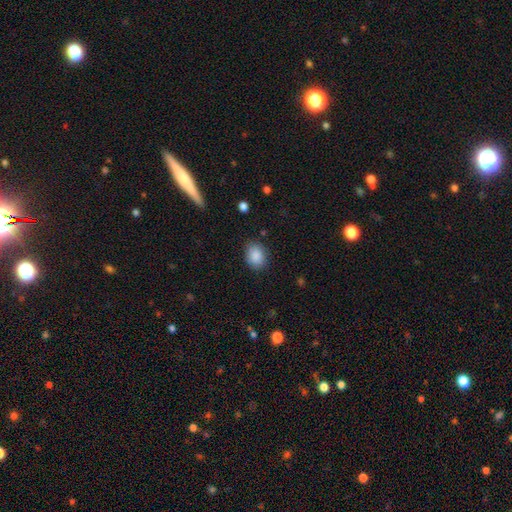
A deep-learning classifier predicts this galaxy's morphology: Smooth or featured: smooth — 88% (star or artifact — 8%)
How rounded: in between — 63% (round — 36%)
Merging: none — 83% (minor disturbance — 12%)